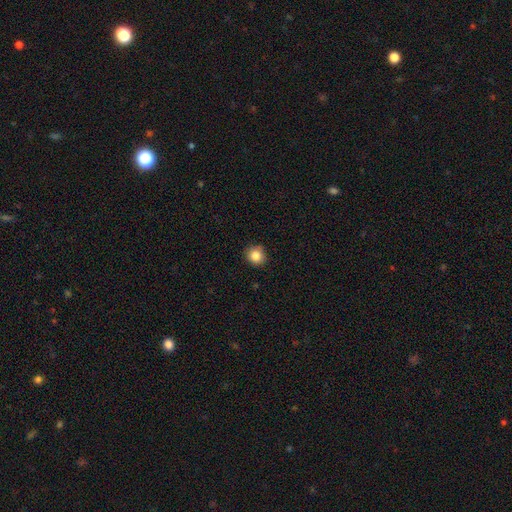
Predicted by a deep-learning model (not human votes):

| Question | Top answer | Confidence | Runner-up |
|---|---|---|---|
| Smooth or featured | smooth | 85% | star or artifact (10%) |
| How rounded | round | 88% | in between (11%) |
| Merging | none | 88% | minor disturbance (9%) |